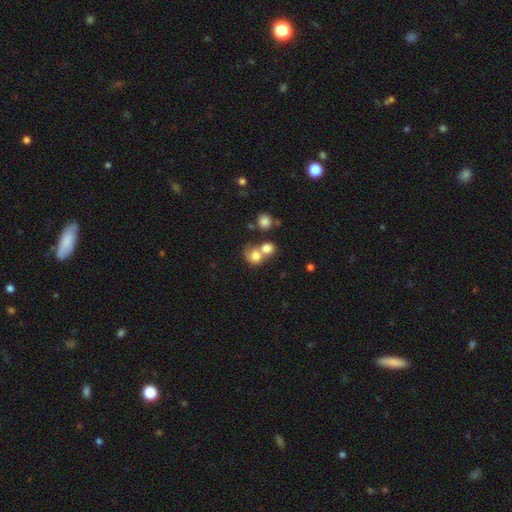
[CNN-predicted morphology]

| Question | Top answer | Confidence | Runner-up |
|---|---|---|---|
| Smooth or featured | smooth | 75% | featured or disk (15%) |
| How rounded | round | 67% | in between (32%) |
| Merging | merger | 62% | none (26%) |